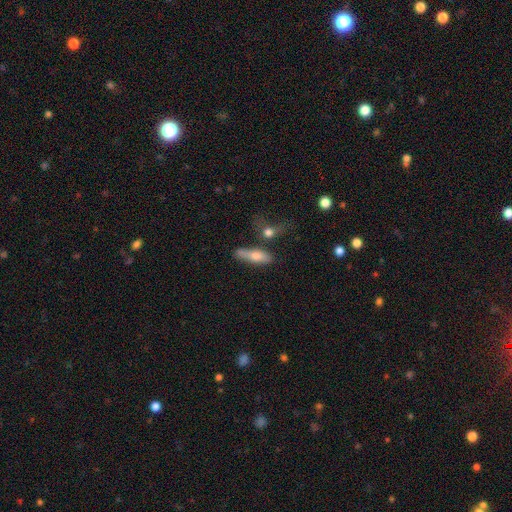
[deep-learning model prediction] Morphology: type=smooth (62%); roundness=cigar-shaped (61%); merging=none (60%).